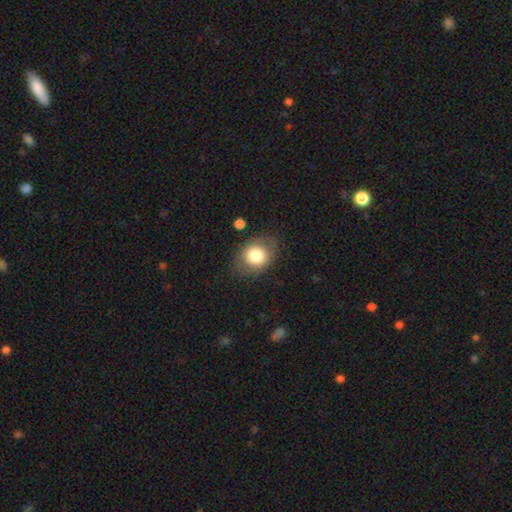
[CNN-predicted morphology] This is likely a smooth galaxy (79%). How rounded: possibly in between (52%). Merging: likely none (76%).